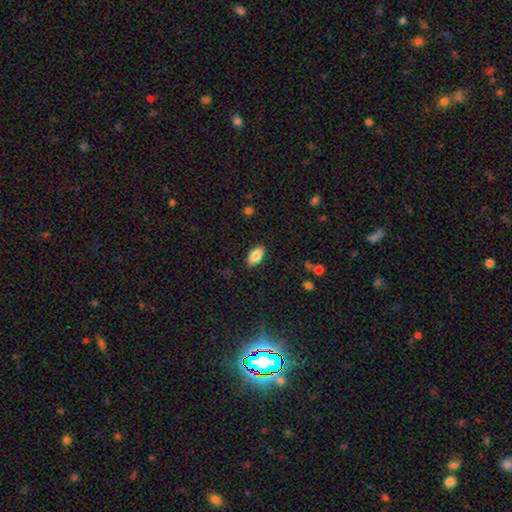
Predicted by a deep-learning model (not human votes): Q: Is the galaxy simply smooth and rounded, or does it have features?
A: smooth — 84%.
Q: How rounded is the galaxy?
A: in between — 93%.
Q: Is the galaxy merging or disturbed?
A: none — 89%.